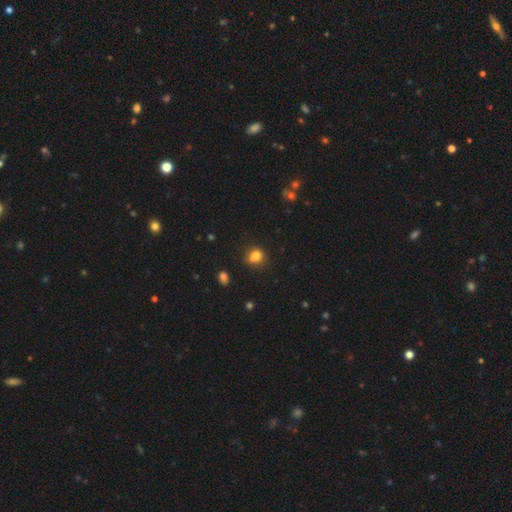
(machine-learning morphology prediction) smooth 81%, star or artifact 12%, featured or disk 7%. Down the decision tree: how rounded — round (70%); merging — none (64%).